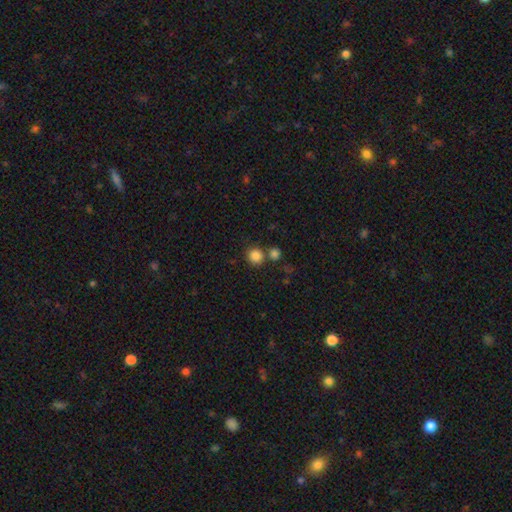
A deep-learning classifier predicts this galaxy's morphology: Overall: smooth (85%). How rounded: round (91%). Merging: none (71%).